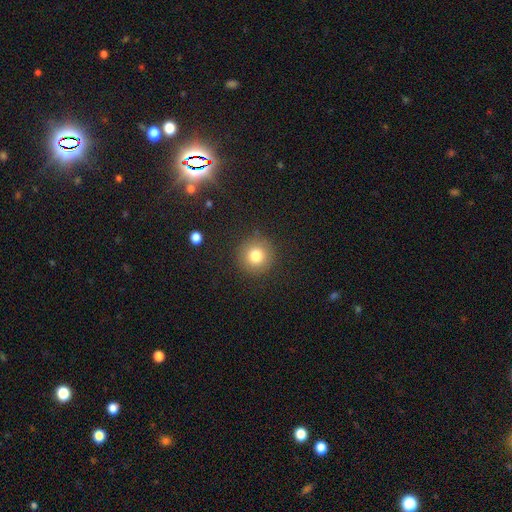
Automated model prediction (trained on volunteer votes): Smooth or featured? Predicted: smooth (p=0.79). How rounded? Predicted: round (p=0.95). Merging? Predicted: none (p=0.90).